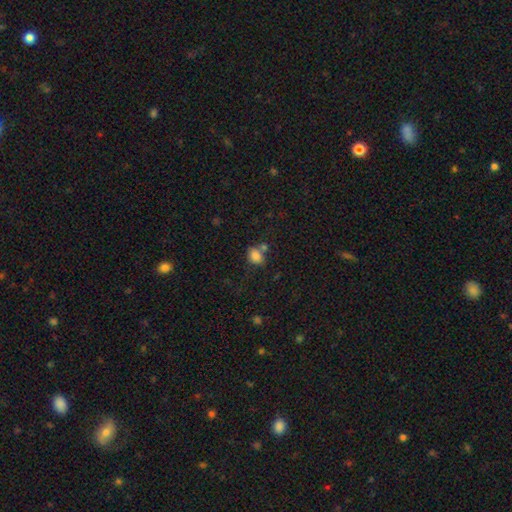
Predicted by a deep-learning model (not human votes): smooth_or_featured: smooth (p=0.82) [alt: star or artifact p=0.11]
how_rounded: in between (p=0.54) [alt: round p=0.45]
merging: none (p=0.51) [alt: merger p=0.27]